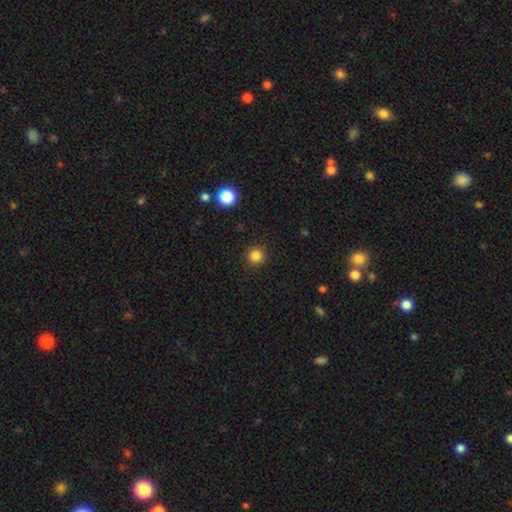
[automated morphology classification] Smooth or featured: smooth — 84% (star or artifact — 12%)
How rounded: round — 95% (in between — 4%)
Merging: none — 91% (minor disturbance — 5%)